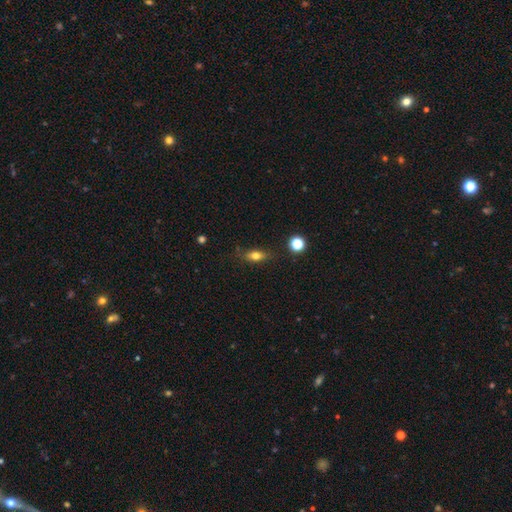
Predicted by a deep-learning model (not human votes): Smooth or featured: smooth — 70% (featured or disk — 19%)
How rounded: in between — 69% (cigar-shaped — 20%)
Merging: none — 77% (minor disturbance — 16%)